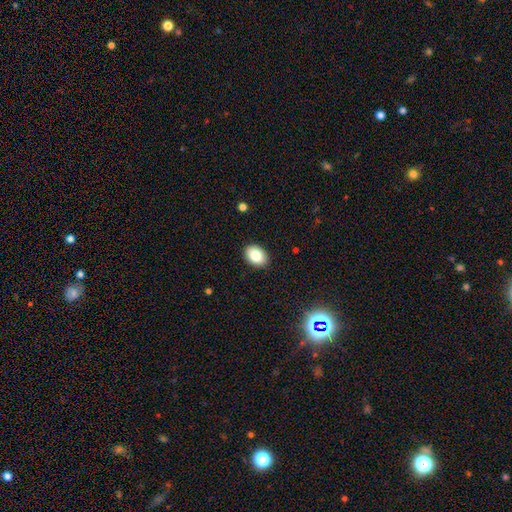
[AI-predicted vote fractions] Smooth or featured?
  - smooth: 84% *
  - star or artifact: 8%
  - featured or disk: 8%
How rounded?
  - in between: 75% *
  - round: 24%
  - cigar-shaped: 1%
Merging?
  - none: 89% *
  - minor disturbance: 8%
  - major disturbance: 2%
  - merger: 1%